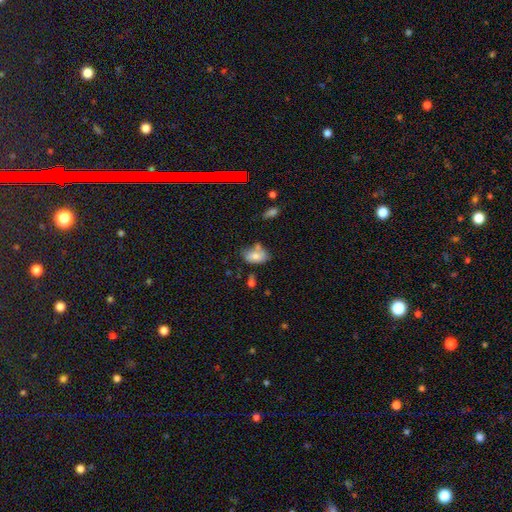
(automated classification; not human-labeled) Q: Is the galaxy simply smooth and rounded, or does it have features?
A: smooth — 73%.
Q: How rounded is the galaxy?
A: in between — 88%.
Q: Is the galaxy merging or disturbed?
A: none — 49%.